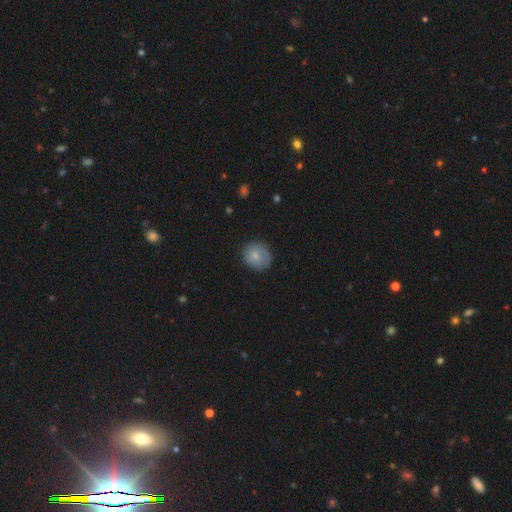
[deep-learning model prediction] Smooth or featured? Predicted: smooth (p=0.77). How rounded? Predicted: round (p=0.87). Merging? Predicted: none (p=0.80).